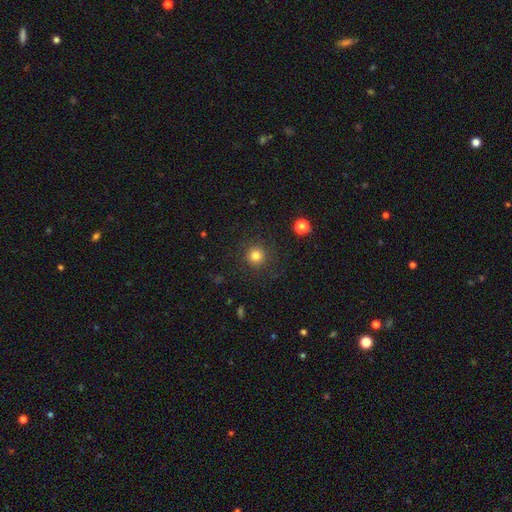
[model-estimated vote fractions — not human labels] smooth-or-featured: smooth: 81% | star or artifact: 13% | featured or disk: 6%
  how-rounded: round: 95% | in between: 4% | cigar-shaped: 1%
  merging: none: 88% | minor disturbance: 7% | major disturbance: 3% | merger: 1%